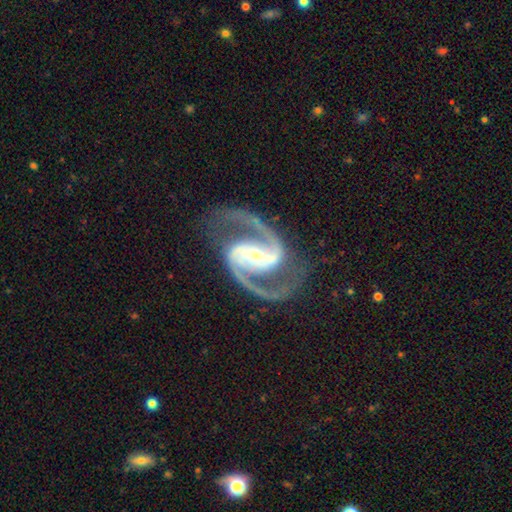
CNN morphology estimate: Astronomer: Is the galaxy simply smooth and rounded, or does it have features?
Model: featured or disk — 94%.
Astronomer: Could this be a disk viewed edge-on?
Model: no — 98%.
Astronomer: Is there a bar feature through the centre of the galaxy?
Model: strong — 65%.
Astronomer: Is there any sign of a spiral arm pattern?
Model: yes — 99%.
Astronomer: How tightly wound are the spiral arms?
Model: medium — 69%.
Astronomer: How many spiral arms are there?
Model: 2 — 95%.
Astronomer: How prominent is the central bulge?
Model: small — 62%.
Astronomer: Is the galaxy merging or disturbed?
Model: none — 81%.